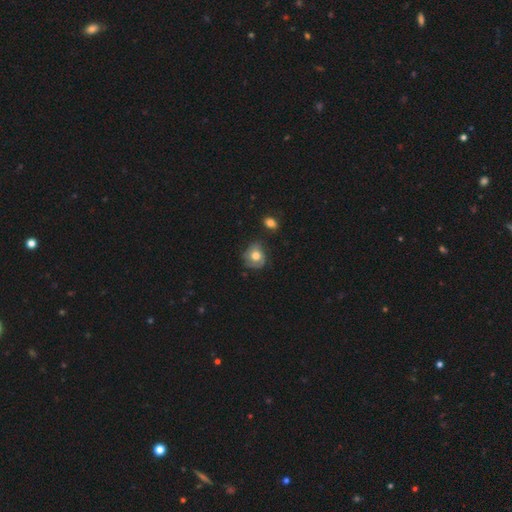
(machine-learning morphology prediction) Smooth or featured? smooth (54%)
How rounded? round (74%)
Merging? none (57%)